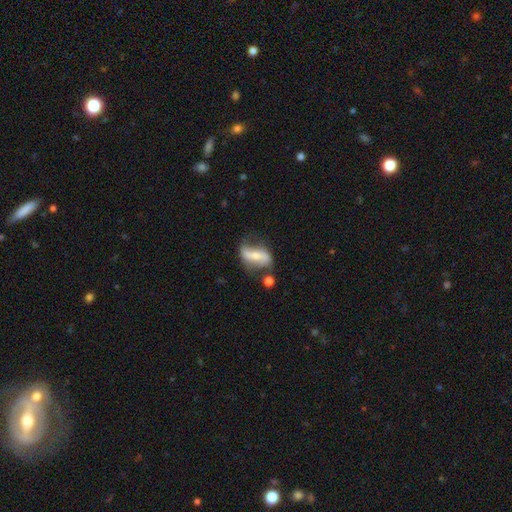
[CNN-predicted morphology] The model was most divided on "bulge size": small: 45%, moderate: 39%, none: 9%, large: 5%, dominant: 2%. Remaining: edge-on disk — no (90%); spiral arms — yes (82%); smooth or featured — featured or disk (65%); merging — none (52%); bar — strong (47%).